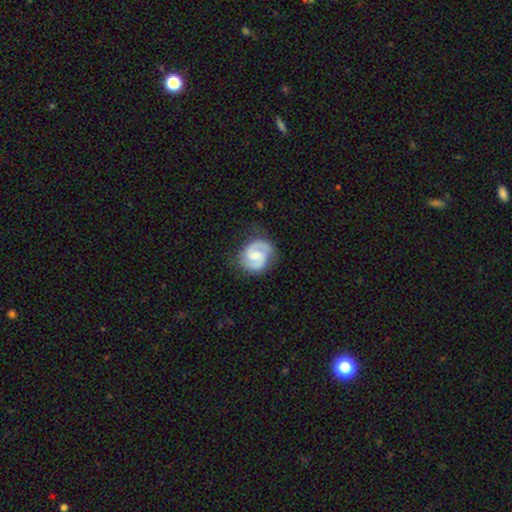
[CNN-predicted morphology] Q: Smooth or featured?
A: featured or disk (85%); runner-up: smooth (10%)
Q: Edge-on disk?
A: no (98%); runner-up: yes (2%)
Q: Bar?
A: weak (53%); runner-up: no (37%)
Q: Spiral arms?
A: yes (97%); runner-up: no (3%)
Q: Spiral winding?
A: medium (54%); runner-up: tight (34%)
Q: Spiral arm count?
A: 2 (92%); runner-up: can't tell (3%)
Q: Bulge size?
A: small (46%); runner-up: moderate (42%)
Q: Merging?
A: none (81%); runner-up: minor disturbance (14%)